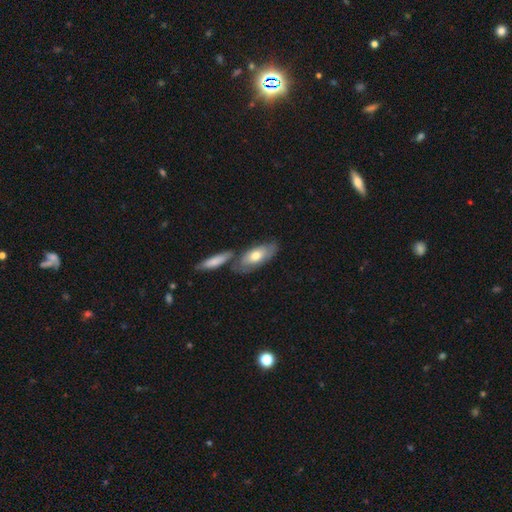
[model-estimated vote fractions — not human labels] A smooth galaxy with no disk features (64%) that is in between round and cigar-shaped (79%). Merging: none (54%).